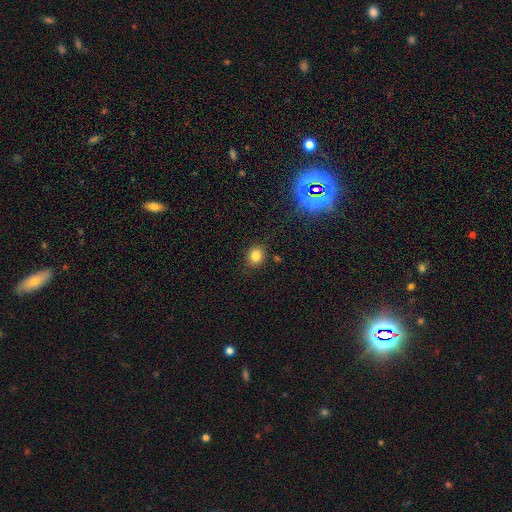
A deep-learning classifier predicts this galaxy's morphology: Smooth or featured? Predicted: smooth (p=0.81). How rounded? Predicted: round (p=0.71). Merging? Predicted: none (p=0.86).